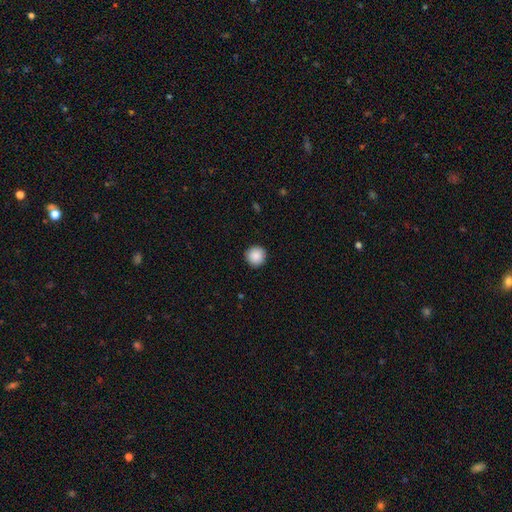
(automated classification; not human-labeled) smooth-or-featured: smooth: 89% | star or artifact: 8% | featured or disk: 3%
  how-rounded: round: 96% | in between: 3% | cigar-shaped: 1%
  merging: none: 92% | minor disturbance: 5% | major disturbance: 2% | merger: 1%